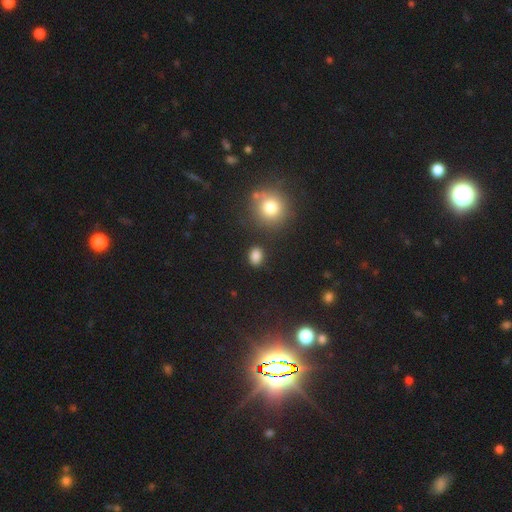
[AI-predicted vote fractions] The model was most divided on "how rounded": in between: 64%, round: 35%, cigar-shaped: 2%. More confident: merging — none (85%); smooth or featured — smooth (83%).